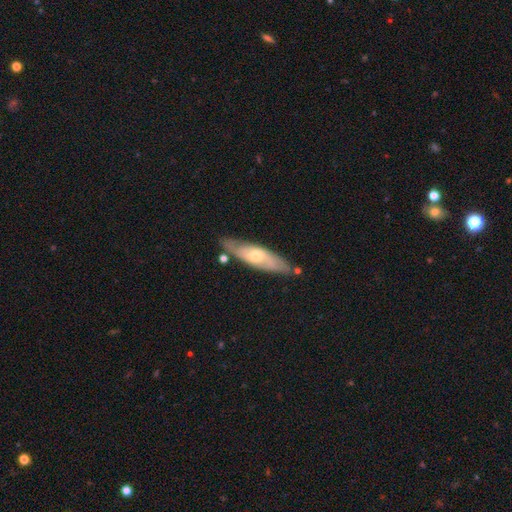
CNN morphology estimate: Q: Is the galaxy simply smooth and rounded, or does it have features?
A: featured or disk — 56%.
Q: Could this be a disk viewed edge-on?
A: no — 58%.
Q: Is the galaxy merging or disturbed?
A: none — 74%.